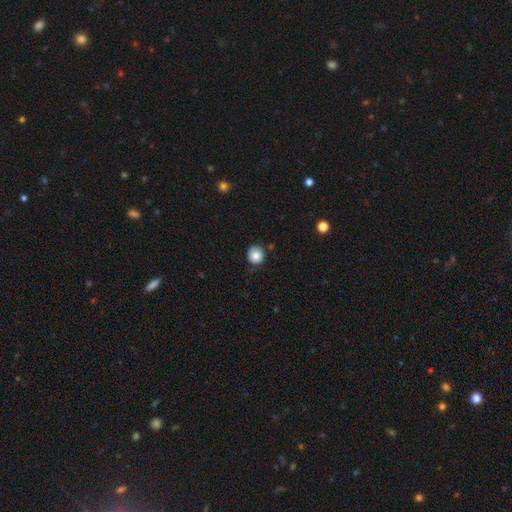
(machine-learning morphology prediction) Smooth or featured?
  - smooth: 80% *
  - featured or disk: 11%
  - star or artifact: 9%
How rounded?
  - round: 88% *
  - in between: 11%
  - cigar-shaped: 1%
Merging?
  - none: 76% *
  - minor disturbance: 18%
  - major disturbance: 4%
  - merger: 2%